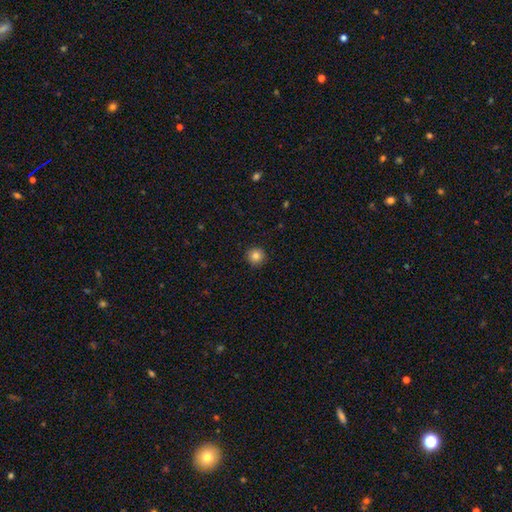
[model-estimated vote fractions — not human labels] A smooth galaxy with no disk features (83%) that is round (95%).

Vote fractions:
- Smooth or featured? smooth: 83% / star or artifact: 11% / featured or disk: 7%
- How rounded? round: 95% / in between: 4% / cigar-shaped: 1%
- Merging? none: 92% / minor disturbance: 5% / major disturbance: 2% / merger: 1%